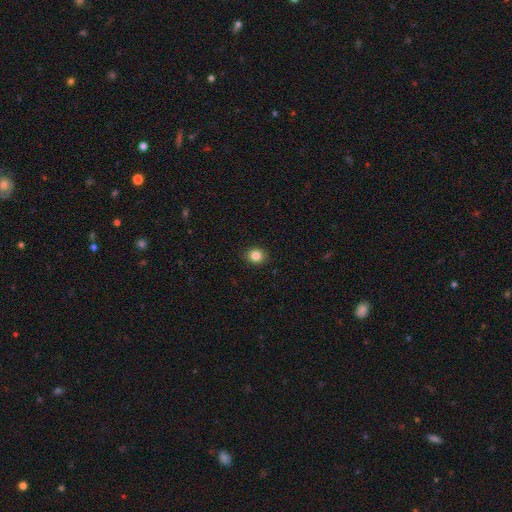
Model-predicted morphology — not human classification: smooth_or_featured: smooth (p=0.85) [alt: star or artifact p=0.11]
how_rounded: round (p=0.74) [alt: in between p=0.25]
merging: none (p=0.91) [alt: minor disturbance p=0.06]